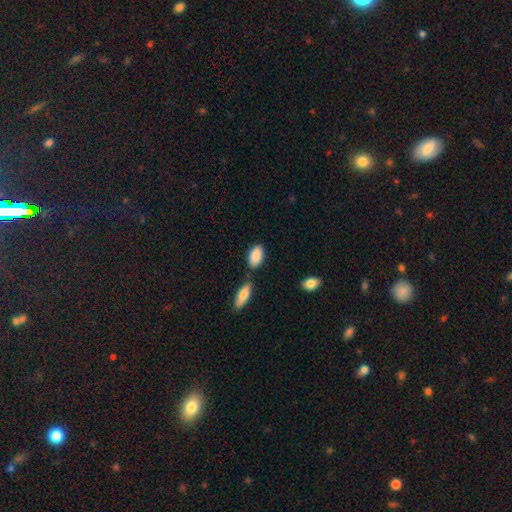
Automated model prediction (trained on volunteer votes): Overall: smooth (89%). How rounded: in between (93%). Merging: none (70%).